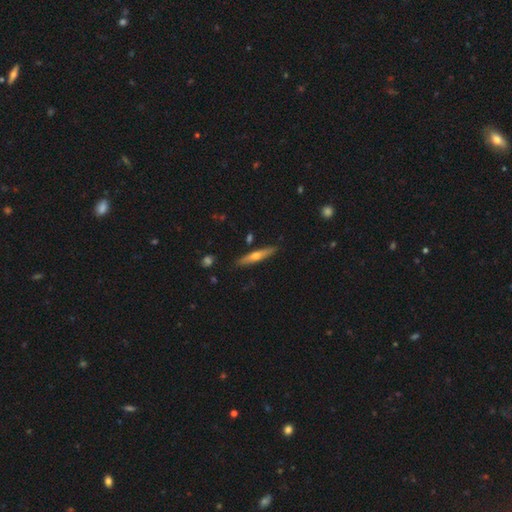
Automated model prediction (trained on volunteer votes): A featured or disk galaxy (55%) viewed edge-on (94%) with a rounded central bulge (86%). Merging: none (88%).